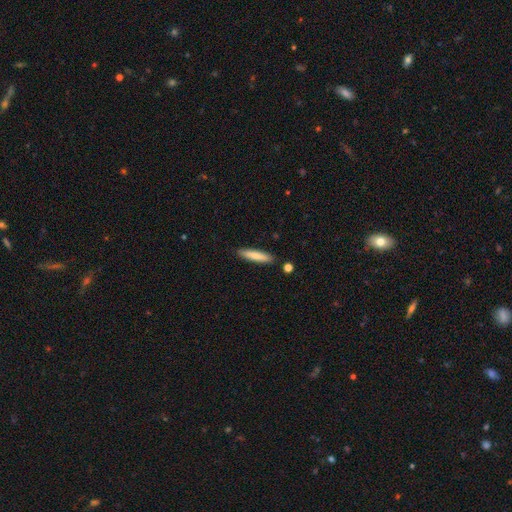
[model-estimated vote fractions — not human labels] A smooth galaxy with no disk features (74%) that is cigar-shaped (85%). Merging: none (88%).